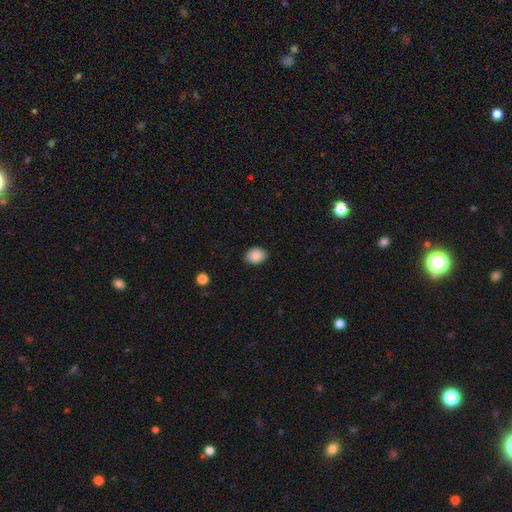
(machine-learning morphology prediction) Smooth or featured?
  - smooth: 88% *
  - star or artifact: 8%
  - featured or disk: 4%
How rounded?
  - in between: 64% *
  - round: 35%
  - cigar-shaped: 1%
Merging?
  - none: 88% *
  - minor disturbance: 9%
  - major disturbance: 2%
  - merger: 1%